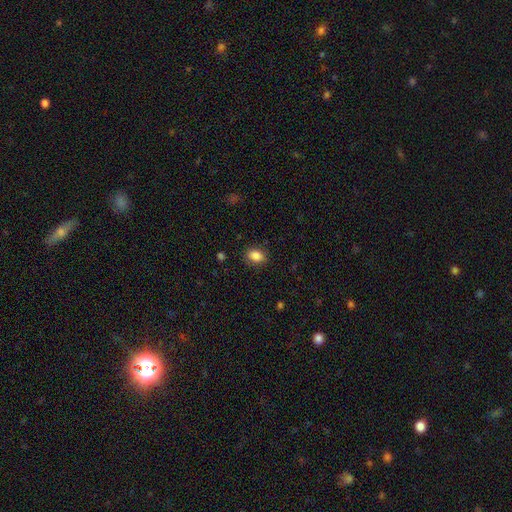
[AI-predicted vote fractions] Q: Smooth or featured?
A: smooth (87%); runner-up: star or artifact (9%)
Q: How rounded?
A: in between (74%); runner-up: round (25%)
Q: Merging?
A: none (86%); runner-up: minor disturbance (10%)